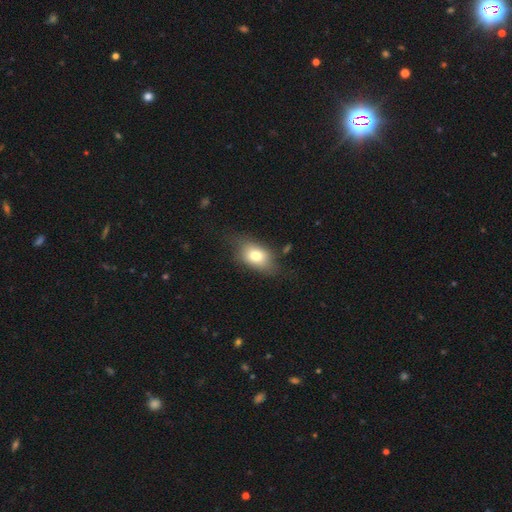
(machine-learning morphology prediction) smooth 75%, featured or disk 16%, star or artifact 9%. Down the decision tree: how rounded — in between (82%); merging — none (62%).